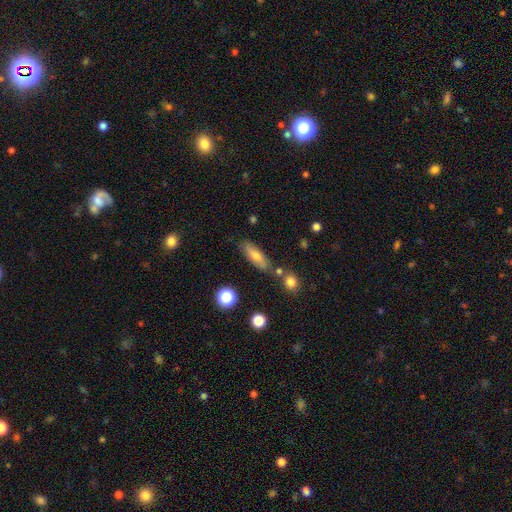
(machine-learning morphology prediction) type=smooth (65%); roundness=in between (50%); merging=none (76%).